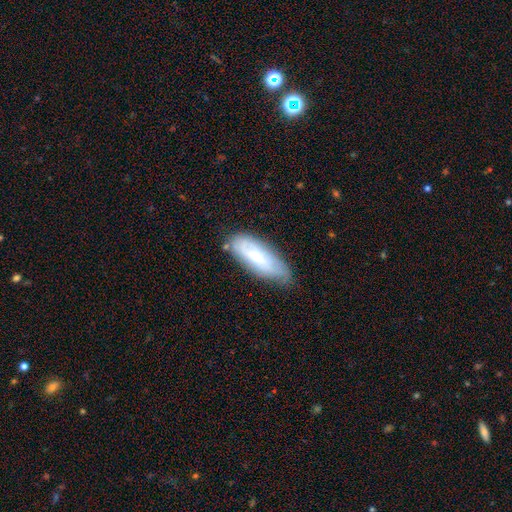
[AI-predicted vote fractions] smooth_or_featured: smooth (p=0.65) [alt: featured or disk p=0.28]
how_rounded: in between (p=0.66) [alt: cigar-shaped p=0.33]
merging: none (p=0.65) [alt: minor disturbance p=0.28]